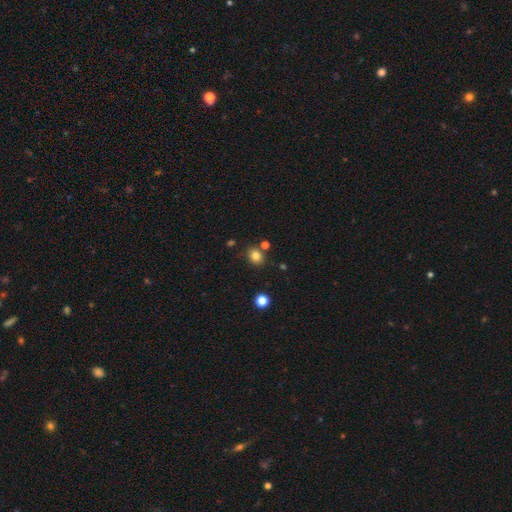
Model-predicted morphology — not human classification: This is clearly a smooth galaxy (80%). How rounded: likely round (68%). Merging: likely none (78%).